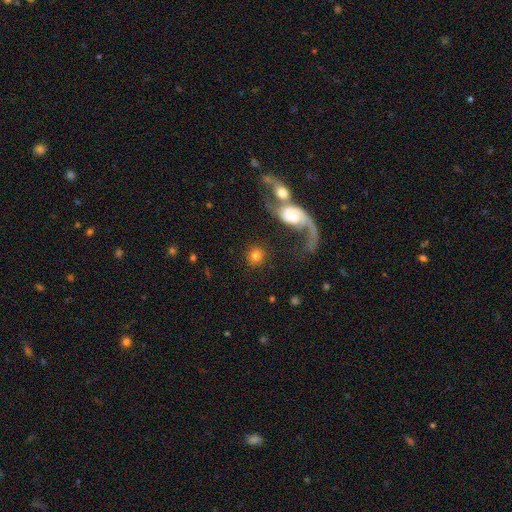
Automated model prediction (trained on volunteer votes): smooth_or_featured: smooth (p=0.73) [alt: featured or disk p=0.19]
how_rounded: round (p=0.86) [alt: in between p=0.12]
merging: none (p=0.71) [alt: merger p=0.13]